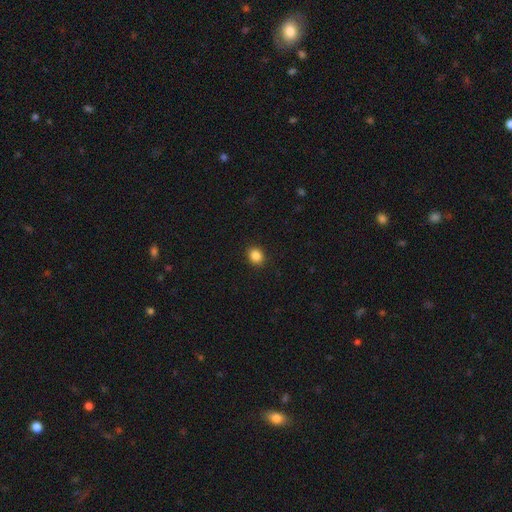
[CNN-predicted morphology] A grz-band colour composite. It shows a smooth galaxy with no disk features (86%) that is round (62%). Merging: none (91%).